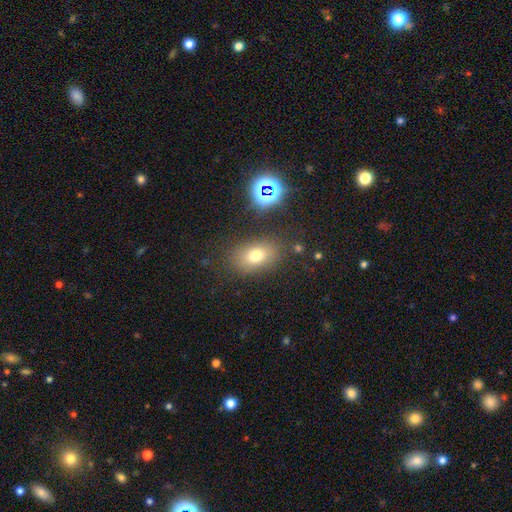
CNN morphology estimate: smooth-or-featured: smooth: 72% | star or artifact: 15% | featured or disk: 12%
  how-rounded: in between: 79% | round: 19% | cigar-shaped: 2%
  merging: none: 80% | minor disturbance: 12% | major disturbance: 5% | merger: 3%